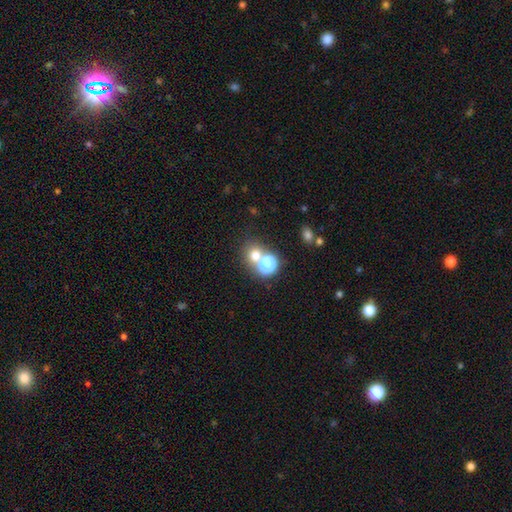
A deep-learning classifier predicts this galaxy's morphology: This appears to be a smooth galaxy with no disk features (67%) that is round (80%). Merging: none (56%).